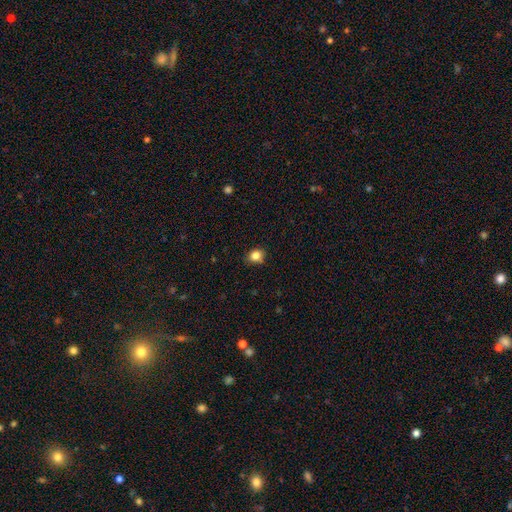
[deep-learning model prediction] smooth-or-featured: smooth: 83% | star or artifact: 11% | featured or disk: 6%
  how-rounded: round: 66% | in between: 33% | cigar-shaped: 1%
  merging: none: 77% | minor disturbance: 17% | major disturbance: 3% | merger: 2%